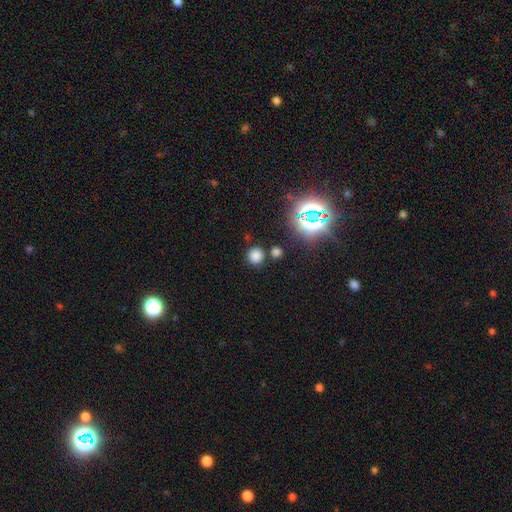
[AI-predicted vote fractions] Morphology: type=smooth (74%); roundness=round (92%); merging=none (81%).